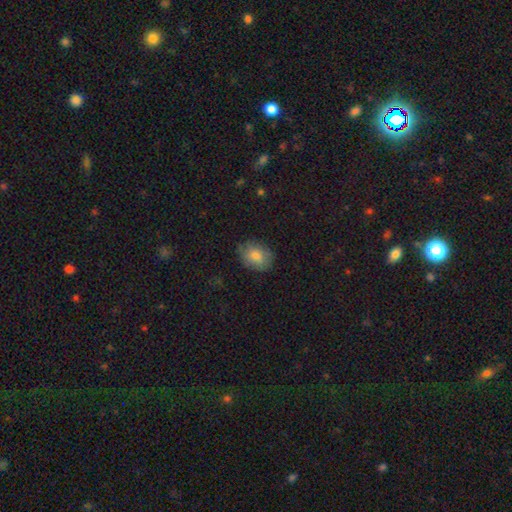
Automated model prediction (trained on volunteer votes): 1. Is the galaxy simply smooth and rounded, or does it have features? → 79% smooth, 12% featured or disk, 8% star or artifact.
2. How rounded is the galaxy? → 68% in between, 31% round, 1% cigar-shaped.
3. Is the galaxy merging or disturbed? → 80% none, 16% minor disturbance, 3% major disturbance, 1% merger.